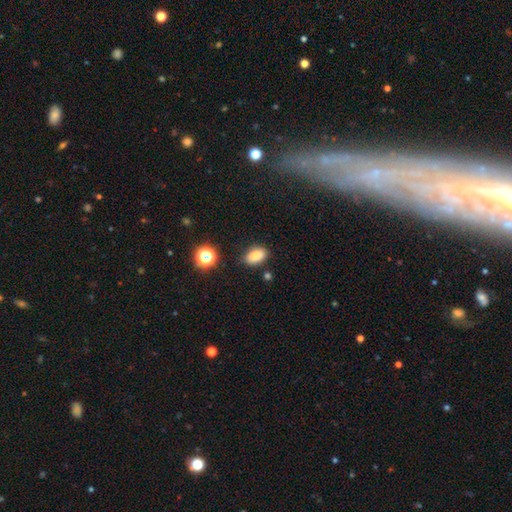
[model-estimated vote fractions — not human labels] Overall: smooth (81%). How rounded: in between (86%). Merging: none (82%).